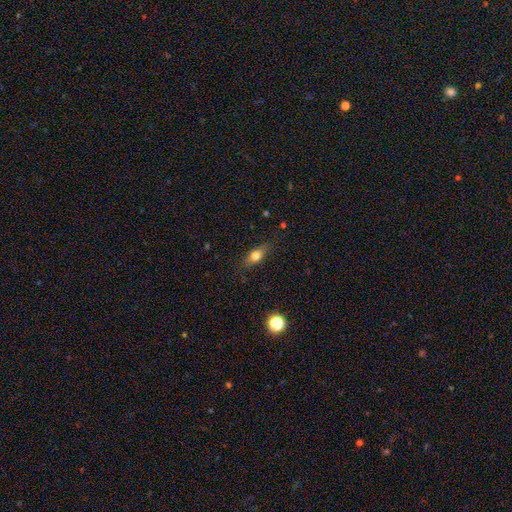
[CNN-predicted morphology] Overall: smooth (74%). How rounded: in between (73%). Merging: none (80%).